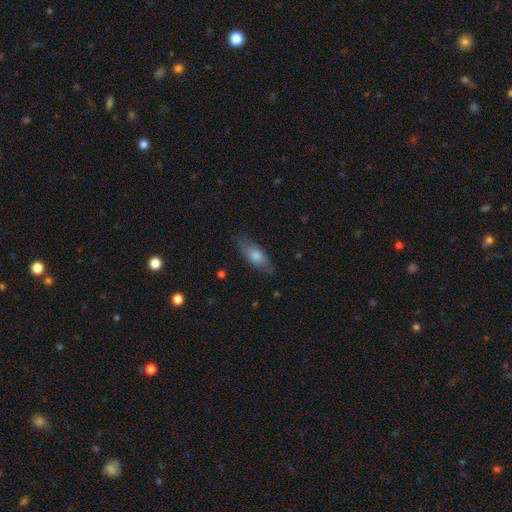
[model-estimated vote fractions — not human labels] Morphology: type=smooth (70%); roundness=in between (73%); merging=none (75%).